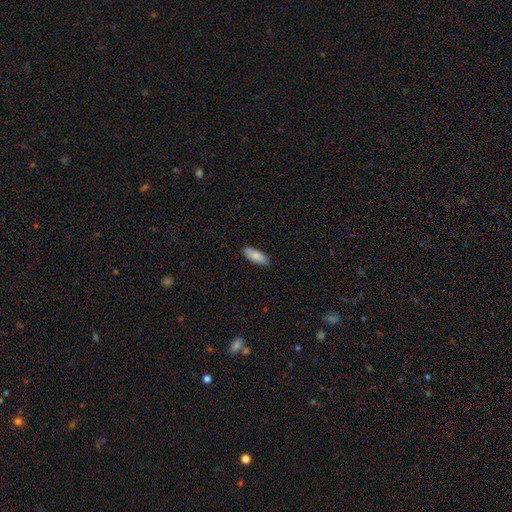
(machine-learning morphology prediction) A smooth galaxy with no disk features (86%) that is in between round and cigar-shaped (79%). Merging: none (83%).